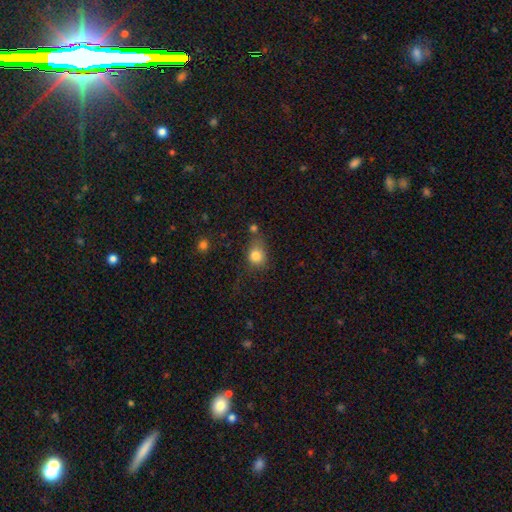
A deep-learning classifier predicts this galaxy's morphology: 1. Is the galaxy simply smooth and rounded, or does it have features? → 81% smooth, 11% star or artifact, 8% featured or disk.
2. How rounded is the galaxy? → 63% round, 36% in between, 1% cigar-shaped.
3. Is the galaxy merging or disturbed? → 50% none, 26% minor disturbance, 14% major disturbance, 10% merger.